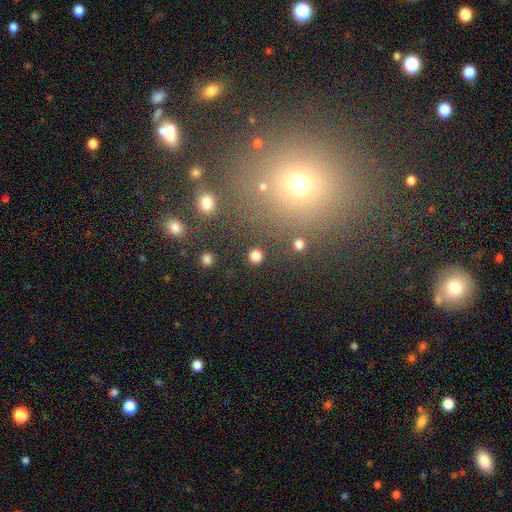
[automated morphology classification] Smooth or featured? Predicted: smooth (p=0.82). How rounded? Predicted: round (p=0.92). Merging? Predicted: none (p=0.91).